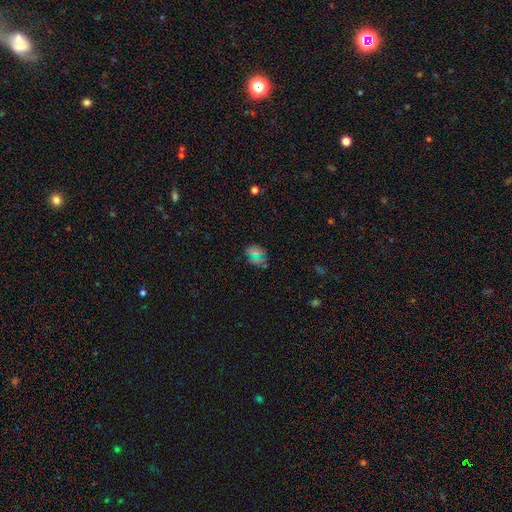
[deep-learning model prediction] Smooth or featured?
  - smooth: 46% *
  - star or artifact: 42%
  - featured or disk: 12%
Merging?
  - none: 76% *
  - minor disturbance: 13%
  - major disturbance: 6%
  - merger: 5%